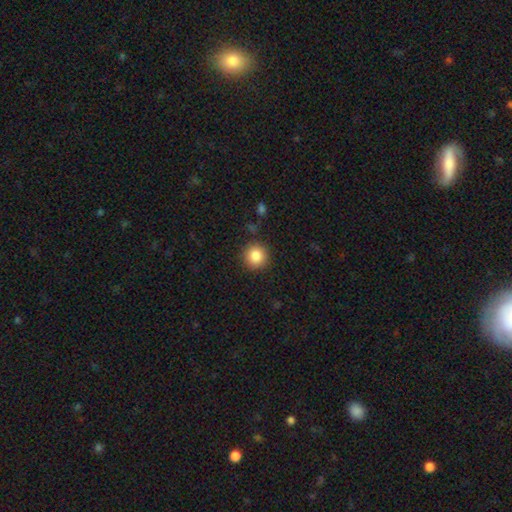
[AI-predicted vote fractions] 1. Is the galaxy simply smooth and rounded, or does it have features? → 85% smooth, 9% star or artifact, 5% featured or disk.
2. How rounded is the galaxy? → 94% round, 5% in between, 1% cigar-shaped.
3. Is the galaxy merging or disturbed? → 89% none, 7% minor disturbance, 2% major disturbance, 2% merger.